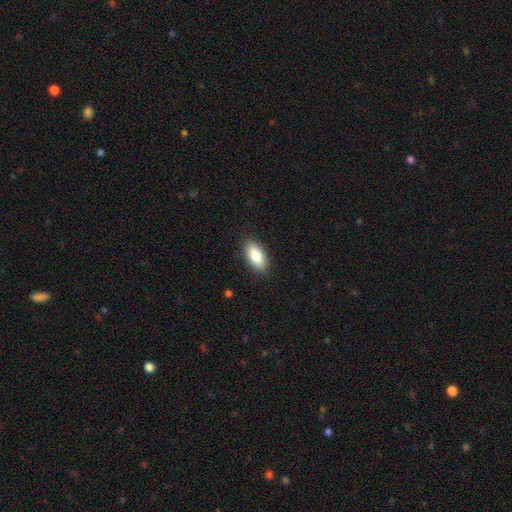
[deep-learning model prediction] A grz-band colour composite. It shows a smooth galaxy with no disk features (83%) that is in between round and cigar-shaped (88%). Merging: none (89%).